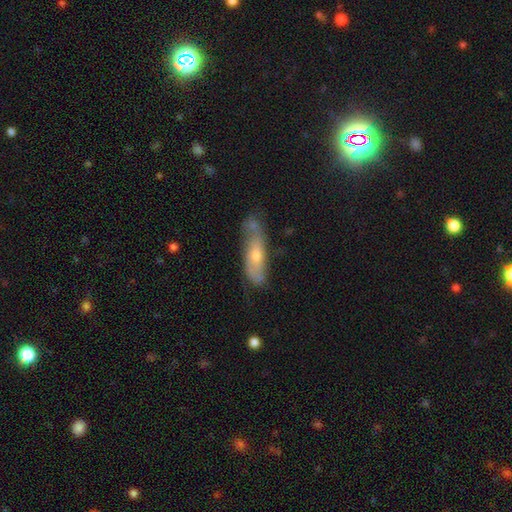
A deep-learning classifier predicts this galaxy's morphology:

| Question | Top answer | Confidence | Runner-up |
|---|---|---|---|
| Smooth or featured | featured or disk | 49% | smooth (43%) |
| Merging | none | 54% | minor disturbance (28%) |